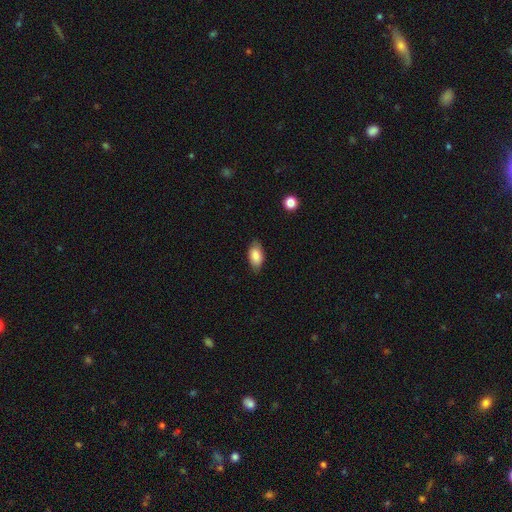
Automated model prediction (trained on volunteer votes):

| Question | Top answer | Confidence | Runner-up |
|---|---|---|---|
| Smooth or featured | smooth | 85% | featured or disk (8%) |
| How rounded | in between | 92% | round (4%) |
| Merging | none | 81% | minor disturbance (15%) |